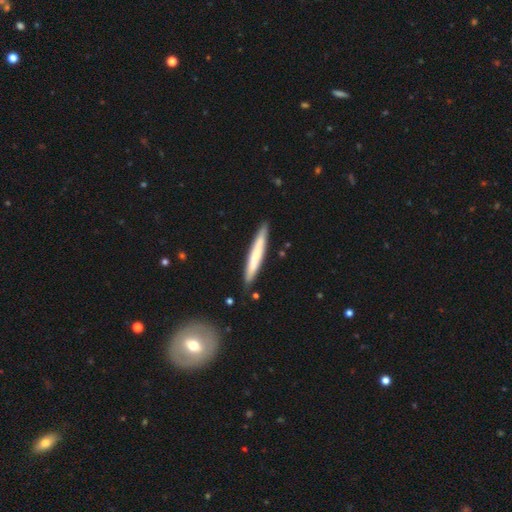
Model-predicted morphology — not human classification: Overall: smooth (61%; featured or disk 33%). How rounded: cigar-shaped (96%). Merging: none (88%).